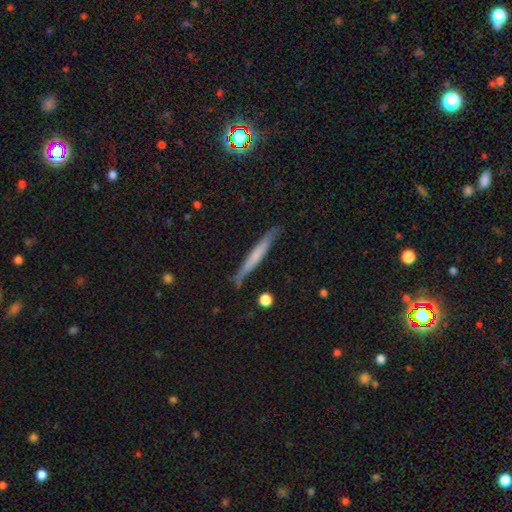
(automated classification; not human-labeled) Morphology: type=smooth (51%); roundness=cigar-shaped (96%); merging=none (84%).